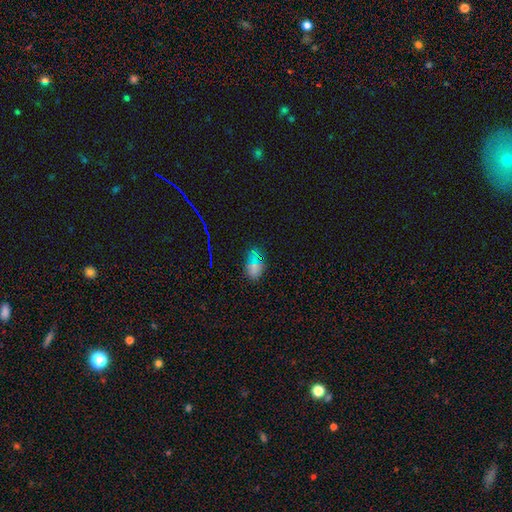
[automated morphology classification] The model was most divided on "smooth or featured": smooth: 47%, star or artifact: 34%, featured or disk: 20%. Remaining: merging — none (49%).